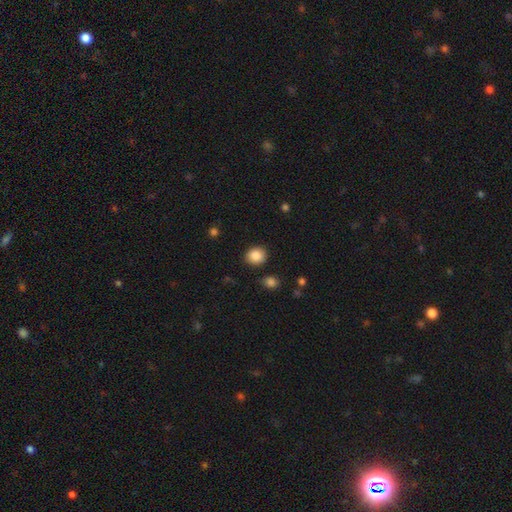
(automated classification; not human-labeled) smooth-or-featured: smooth: 87% | star or artifact: 9% | featured or disk: 4%
  how-rounded: round: 76% | in between: 23% | cigar-shaped: 1%
  merging: none: 87% | minor disturbance: 8% | major disturbance: 3% | merger: 2%